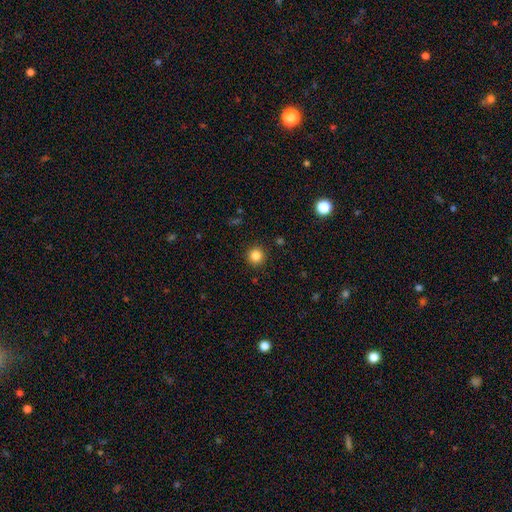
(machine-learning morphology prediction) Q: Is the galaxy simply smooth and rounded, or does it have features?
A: smooth — 84%.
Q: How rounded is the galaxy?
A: round — 95%.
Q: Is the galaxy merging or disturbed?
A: none — 92%.